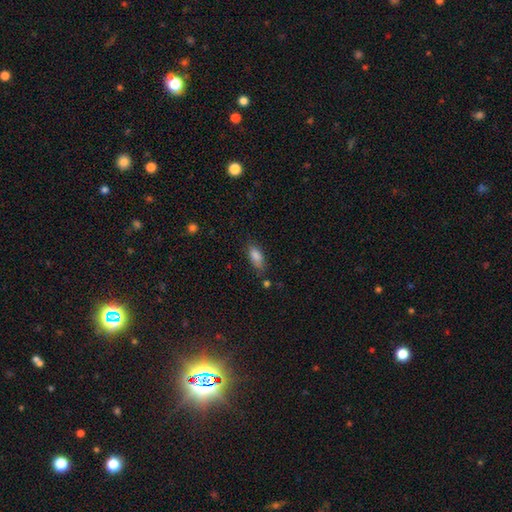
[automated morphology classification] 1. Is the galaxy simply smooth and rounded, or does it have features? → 85% smooth, 8% star or artifact, 7% featured or disk.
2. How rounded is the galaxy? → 82% in between, 15% cigar-shaped, 3% round.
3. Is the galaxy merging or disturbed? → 69% none, 22% minor disturbance, 5% major disturbance, 4% merger.